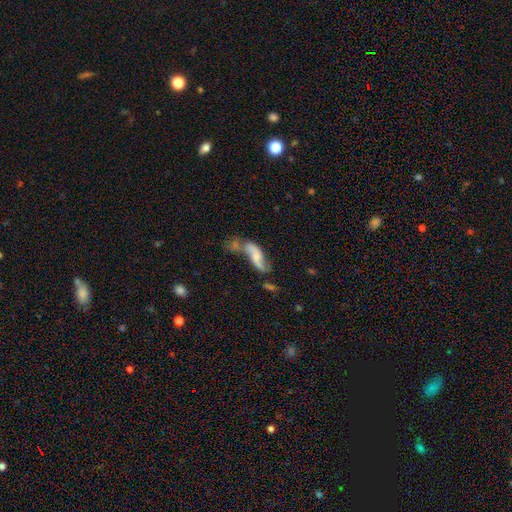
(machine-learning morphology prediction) Q: Smooth or featured?
A: featured or disk (56%); runner-up: smooth (35%)
Q: Edge-on disk?
A: no (88%); runner-up: yes (12%)
Q: Merging?
A: merger (39%); runner-up: none (27%)